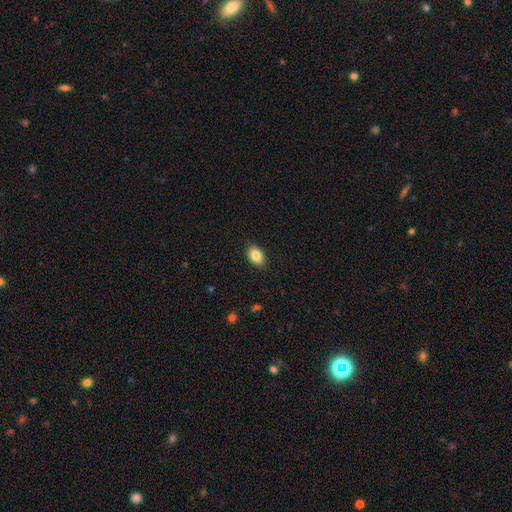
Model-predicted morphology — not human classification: The model was most divided on "how rounded": in between: 83%, round: 16%, cigar-shaped: 1%. More confident: merging — none (89%); smooth or featured — smooth (86%).